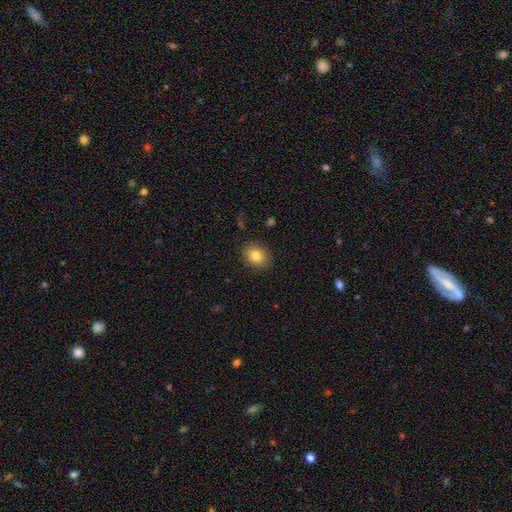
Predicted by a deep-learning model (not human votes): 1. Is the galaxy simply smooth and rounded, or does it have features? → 83% smooth, 9% star or artifact, 8% featured or disk.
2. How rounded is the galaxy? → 57% round, 42% in between, 1% cigar-shaped.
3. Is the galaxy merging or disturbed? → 88% none, 8% minor disturbance, 2% major disturbance, 1% merger.